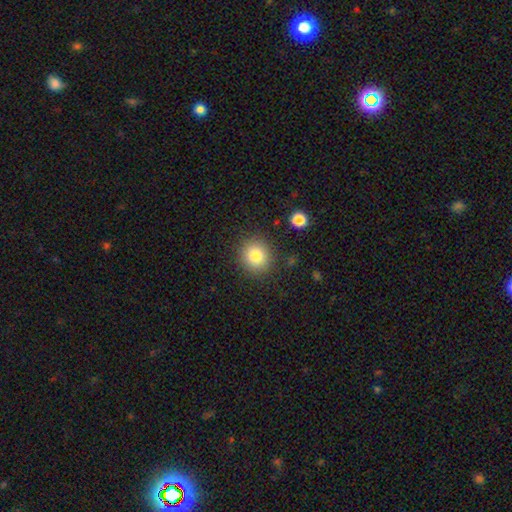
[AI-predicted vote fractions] Morphology: type=smooth (81%); roundness=round (88%); merging=none (87%).